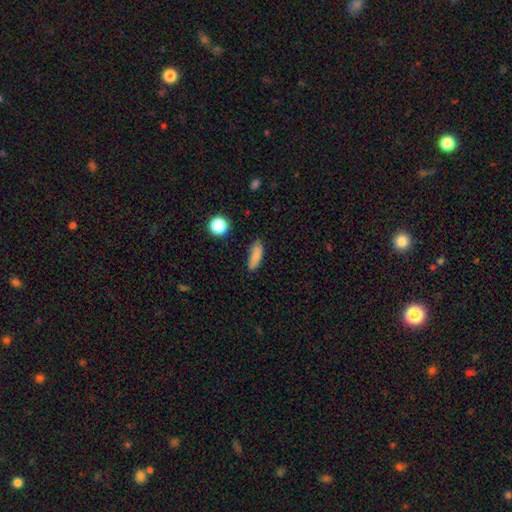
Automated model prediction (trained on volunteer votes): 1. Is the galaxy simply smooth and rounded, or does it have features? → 84% smooth, 10% star or artifact, 6% featured or disk.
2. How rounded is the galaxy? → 58% in between, 39% cigar-shaped, 4% round.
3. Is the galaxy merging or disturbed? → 78% none, 16% minor disturbance, 4% major disturbance, 2% merger.